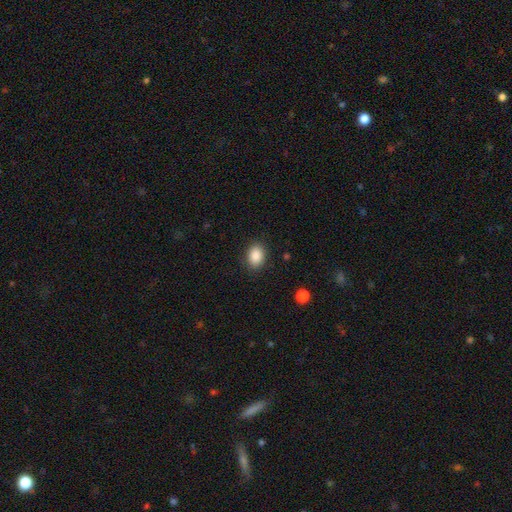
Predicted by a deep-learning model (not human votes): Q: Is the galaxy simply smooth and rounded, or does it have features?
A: smooth — 88%.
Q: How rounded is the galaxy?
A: in between — 74%.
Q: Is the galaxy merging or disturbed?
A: none — 87%.